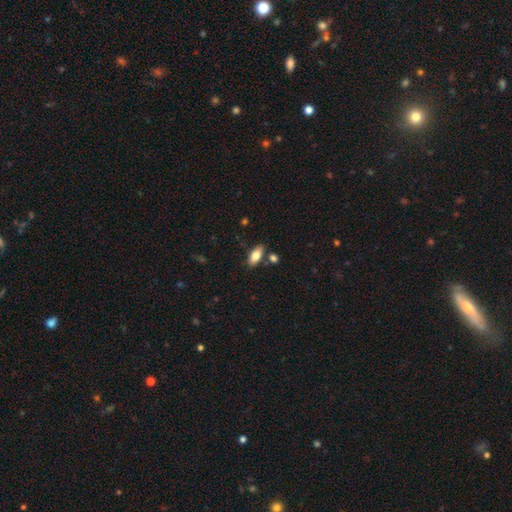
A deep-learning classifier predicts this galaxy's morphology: Smooth or featured? Predicted: smooth (p=0.79). How rounded? Predicted: in between (p=0.89). Merging? Predicted: none (p=0.79).